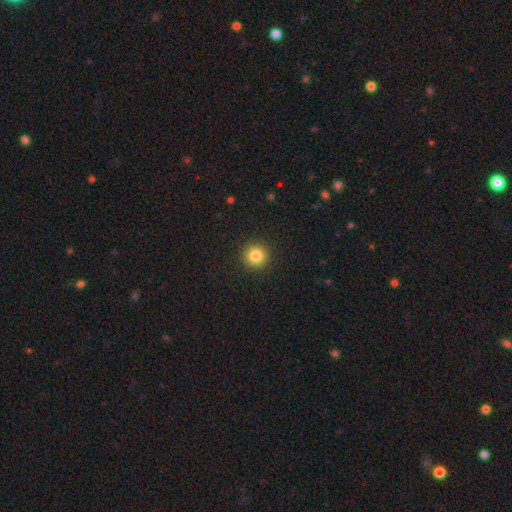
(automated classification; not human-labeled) Smooth or featured: smooth — 83% (star or artifact — 11%)
How rounded: round — 95% (in between — 4%)
Merging: none — 92% (minor disturbance — 5%)